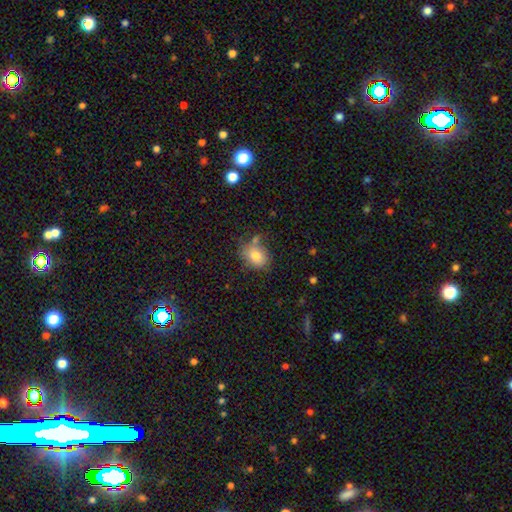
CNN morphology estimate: type=smooth (77%); roundness=in between (52%); merging=none (63%).